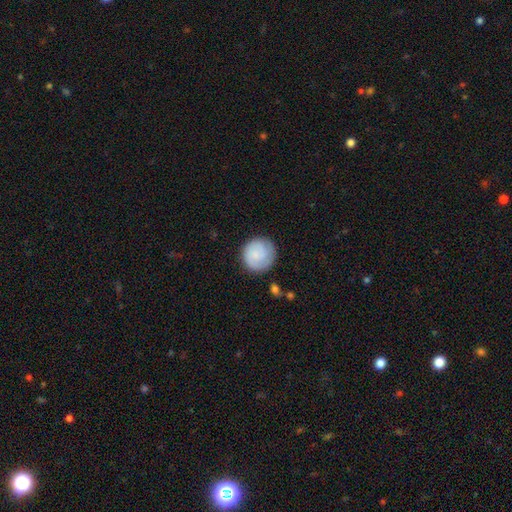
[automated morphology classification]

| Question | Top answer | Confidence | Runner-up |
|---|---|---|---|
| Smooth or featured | smooth | 75% | featured or disk (18%) |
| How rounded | round | 93% | in between (6%) |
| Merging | none | 81% | minor disturbance (13%) |